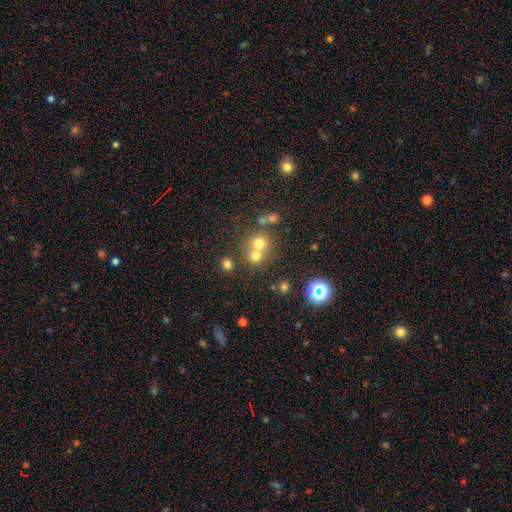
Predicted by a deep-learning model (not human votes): Overall: smooth (65%). How rounded: round (84%). Merging: merger (47%; none 44%).